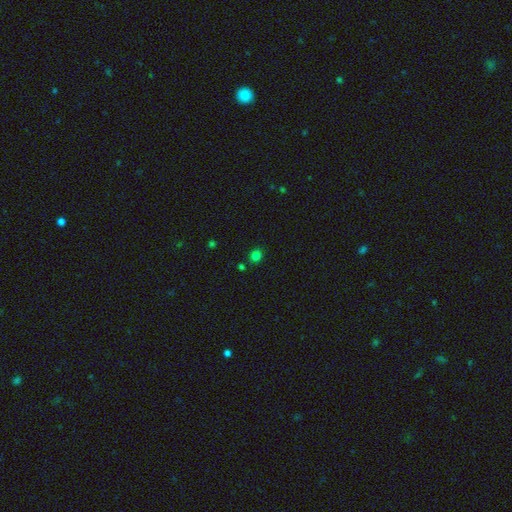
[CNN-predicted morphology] Q: Smooth or featured?
A: smooth (78%); runner-up: star or artifact (18%)
Q: How rounded?
A: round (82%); runner-up: in between (17%)
Q: Merging?
A: none (85%); runner-up: minor disturbance (8%)